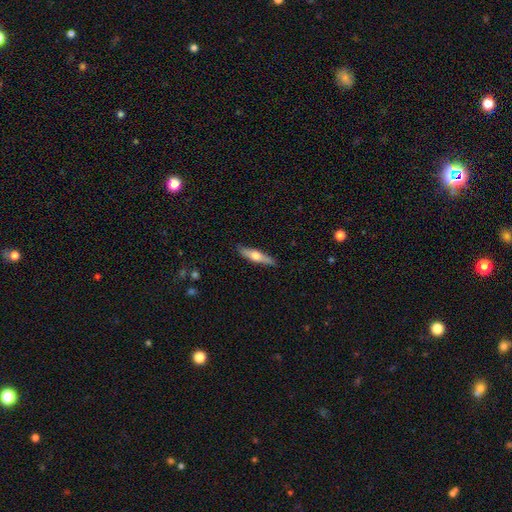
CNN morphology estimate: Smooth or featured? smooth (50%)
How rounded? cigar-shaped (79%)
Merging? none (86%)